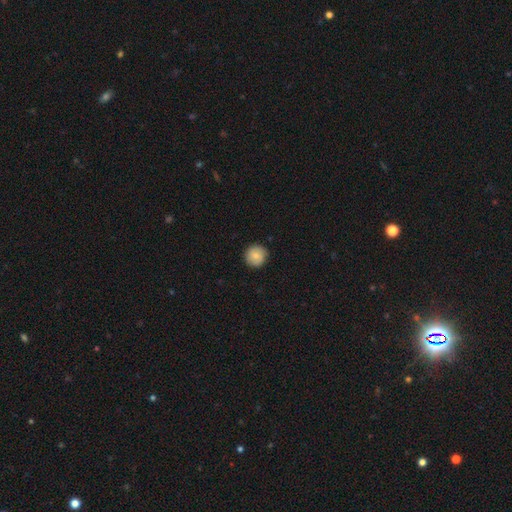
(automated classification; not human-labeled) The model was most divided on "smooth or featured": smooth: 82%, featured or disk: 11%, star or artifact: 7%. More confident: how rounded — round (94%); merging — none (89%).